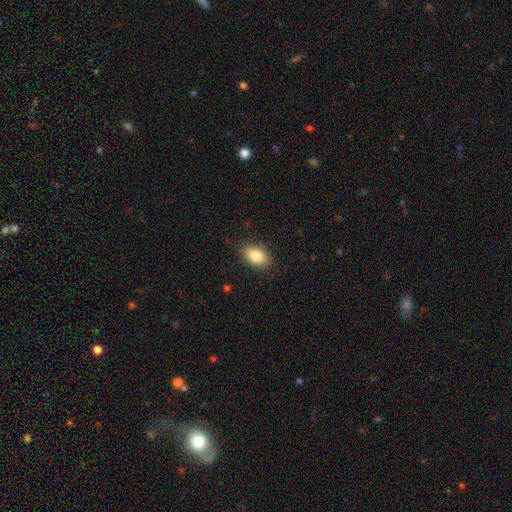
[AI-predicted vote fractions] This appears to be a smooth galaxy with no disk features (83%) that is in between round and cigar-shaped (90%). Merging: none (86%).